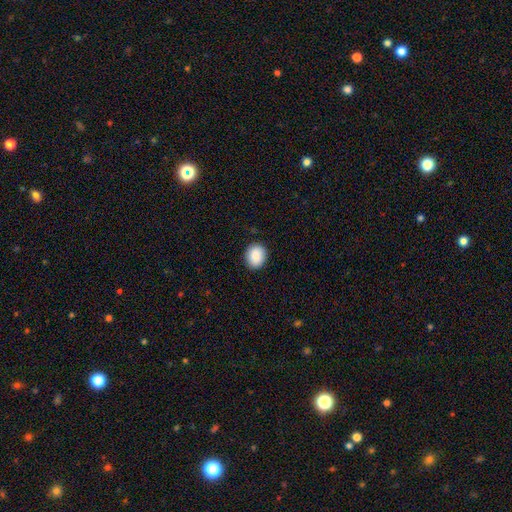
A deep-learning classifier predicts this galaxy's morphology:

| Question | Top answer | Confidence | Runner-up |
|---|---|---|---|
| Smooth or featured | smooth | 90% | star or artifact (7%) |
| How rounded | round | 61% | in between (38%) |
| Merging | none | 89% | minor disturbance (8%) |